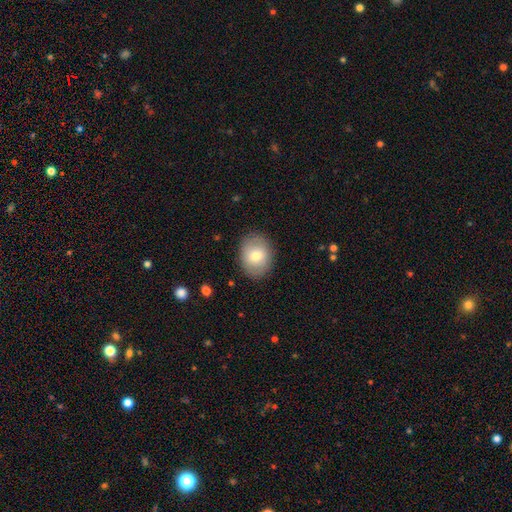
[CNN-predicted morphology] Smooth or featured?
  - smooth: 73% *
  - featured or disk: 20%
  - star or artifact: 8%
How rounded?
  - in between: 53% *
  - round: 46%
  - cigar-shaped: 1%
Merging?
  - none: 86% *
  - minor disturbance: 10%
  - major disturbance: 3%
  - merger: 1%